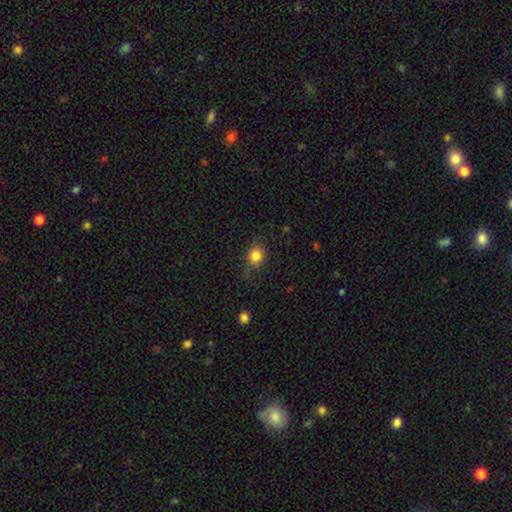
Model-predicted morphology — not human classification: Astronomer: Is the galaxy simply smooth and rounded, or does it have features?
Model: smooth — 83%.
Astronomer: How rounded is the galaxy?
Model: round — 74%.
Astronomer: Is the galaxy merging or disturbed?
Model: none — 72%.